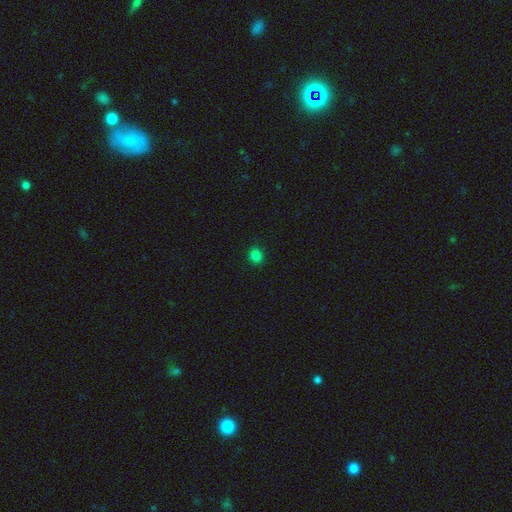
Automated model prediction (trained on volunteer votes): Q: Smooth or featured?
A: smooth (83%); runner-up: star or artifact (14%)
Q: How rounded?
A: round (78%); runner-up: in between (21%)
Q: Merging?
A: none (90%); runner-up: minor disturbance (7%)